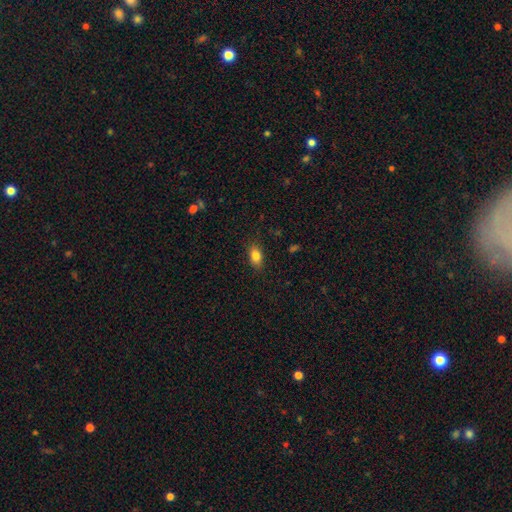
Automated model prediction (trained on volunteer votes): A smooth galaxy with no disk features (83%) that is in between round and cigar-shaped (85%). Merging: none (86%).